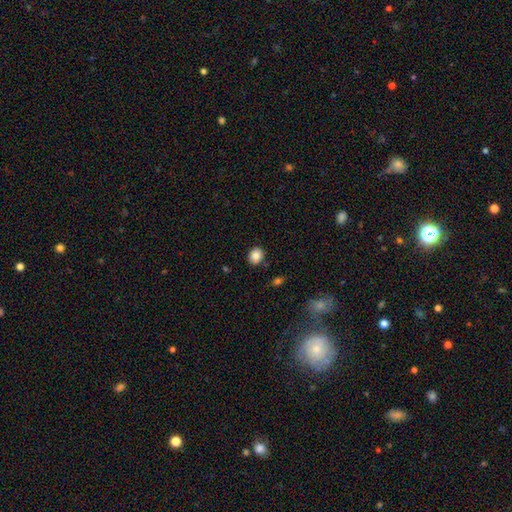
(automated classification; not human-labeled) smooth-or-featured: smooth: 84% | star or artifact: 9% | featured or disk: 7%
  how-rounded: round: 65% | in between: 34% | cigar-shaped: 1%
  merging: none: 86% | minor disturbance: 9% | merger: 3% | major disturbance: 2%